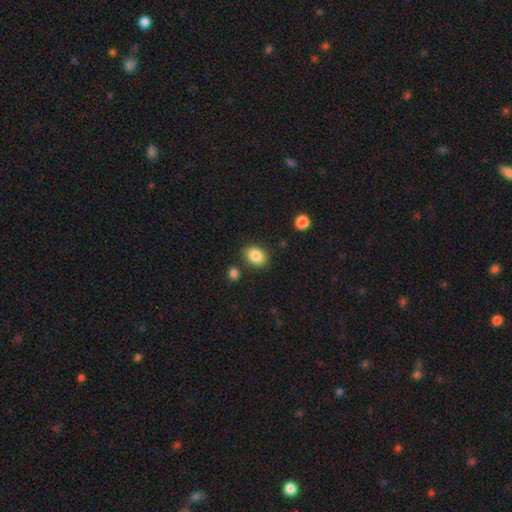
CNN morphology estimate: A smooth galaxy with no disk features (86%) that is in between round and cigar-shaped (67%).

Vote fractions:
- Smooth or featured? smooth: 86% / star or artifact: 8% / featured or disk: 5%
- How rounded? in between: 67% / round: 32% / cigar-shaped: 1%
- Merging? none: 81% / minor disturbance: 11% / merger: 5% / major disturbance: 3%